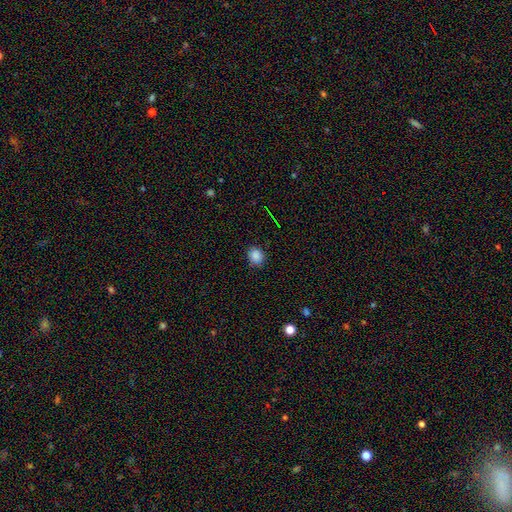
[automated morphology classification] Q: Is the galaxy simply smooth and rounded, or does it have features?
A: smooth — 85%.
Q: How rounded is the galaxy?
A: round — 64%.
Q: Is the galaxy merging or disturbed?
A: none — 85%.